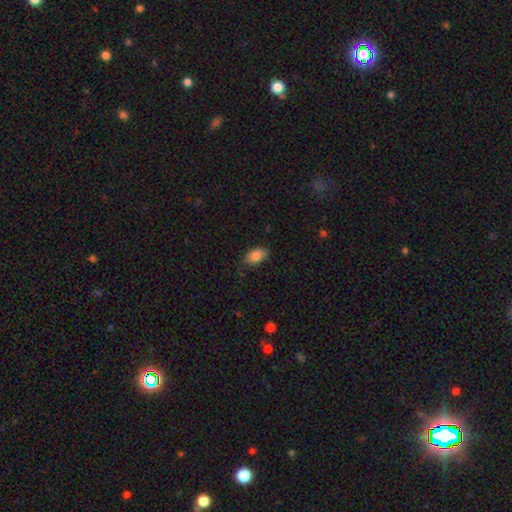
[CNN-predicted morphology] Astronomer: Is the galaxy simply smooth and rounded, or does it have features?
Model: smooth — 86%.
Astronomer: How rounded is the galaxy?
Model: in between — 91%.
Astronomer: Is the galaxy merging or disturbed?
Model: none — 74%.